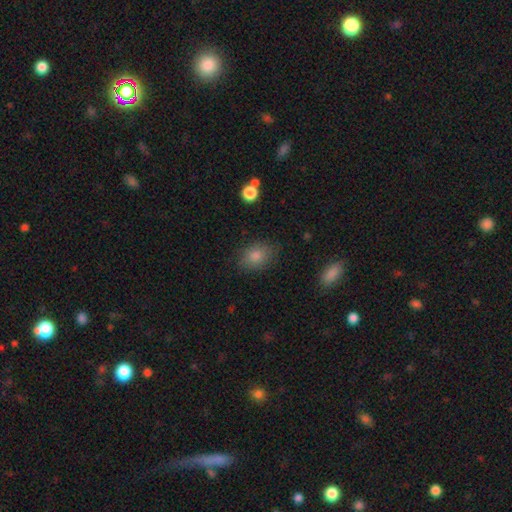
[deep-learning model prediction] The model was most divided on "how rounded": in between: 72%, round: 27%, cigar-shaped: 1%. More confident: merging — none (83%); smooth or featured — smooth (82%).